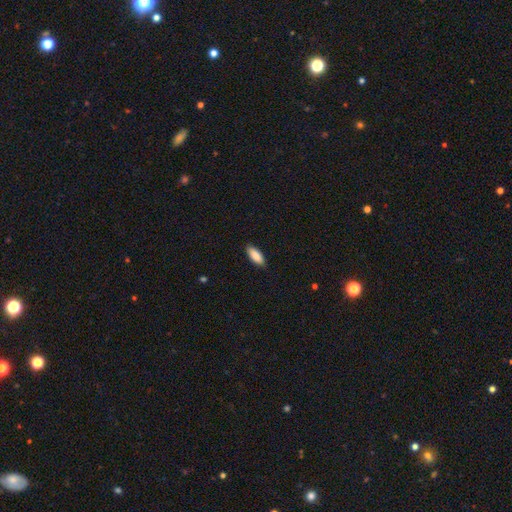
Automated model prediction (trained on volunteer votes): A smooth galaxy with no disk features (89%) that is in between round and cigar-shaped (77%).

Vote fractions:
- Smooth or featured? smooth: 89% / star or artifact: 6% / featured or disk: 5%
- How rounded? in between: 77% / cigar-shaped: 22% / round: 2%
- Merging? none: 89% / minor disturbance: 9% / major disturbance: 2% / merger: 1%